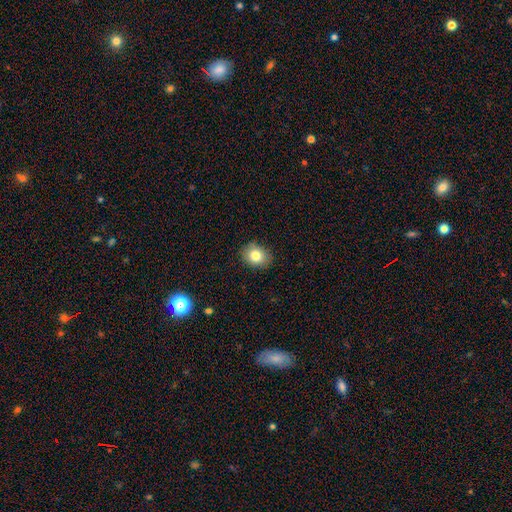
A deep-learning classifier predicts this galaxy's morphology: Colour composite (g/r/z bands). It shows a smooth galaxy with no disk features (82%) that is in between round and cigar-shaped (51%). Merging: none (87%).